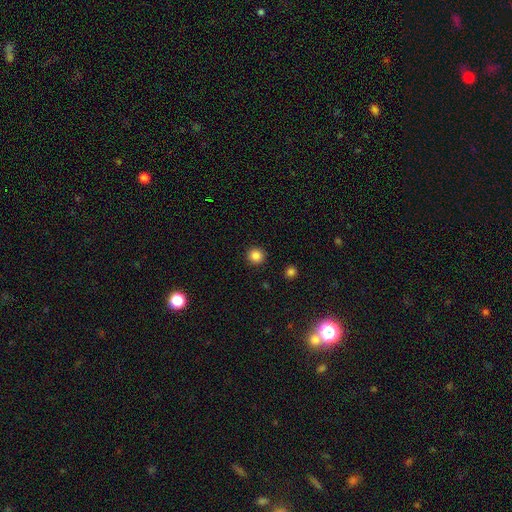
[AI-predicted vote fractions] Q: Smooth or featured?
A: smooth (85%); runner-up: star or artifact (11%)
Q: How rounded?
A: round (95%); runner-up: in between (4%)
Q: Merging?
A: none (93%); runner-up: minor disturbance (4%)